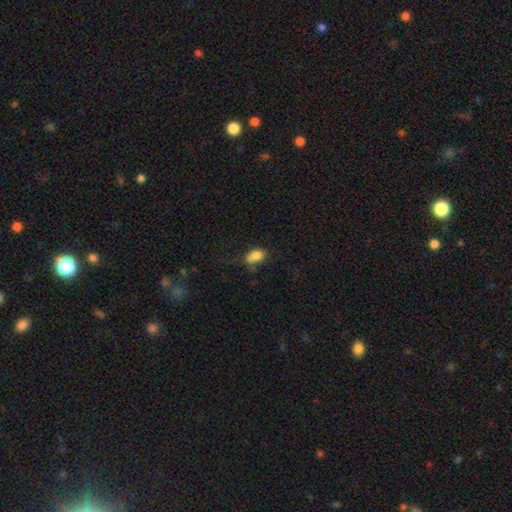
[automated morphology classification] The model was most divided on "merging": none: 37%, minor disturbance: 28%, major disturbance: 22%, merger: 12%. More confident: smooth or featured — smooth (79%); how rounded — in between (77%).